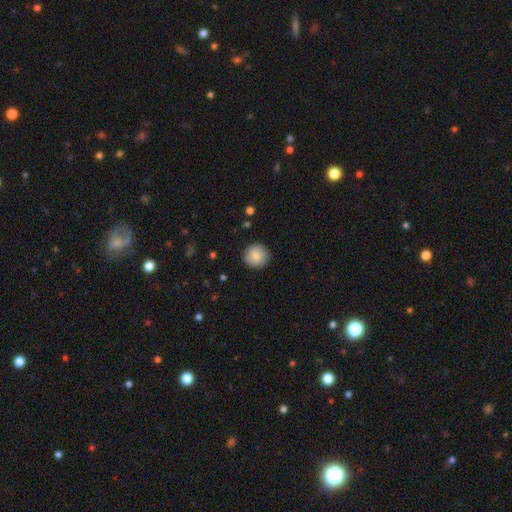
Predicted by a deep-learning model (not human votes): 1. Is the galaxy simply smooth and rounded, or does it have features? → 85% smooth, 8% featured or disk, 8% star or artifact.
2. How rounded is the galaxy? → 94% round, 5% in between, 1% cigar-shaped.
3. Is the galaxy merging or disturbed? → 90% none, 7% minor disturbance, 2% major disturbance, 1% merger.